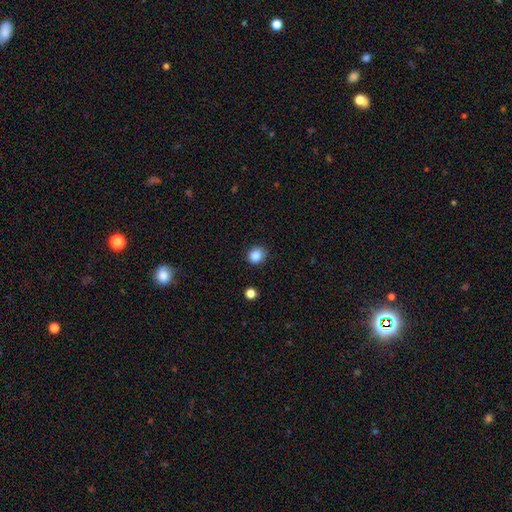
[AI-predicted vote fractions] Q: Smooth or featured?
A: smooth (85%); runner-up: star or artifact (11%)
Q: How rounded?
A: round (82%); runner-up: in between (18%)
Q: Merging?
A: none (87%); runner-up: minor disturbance (9%)